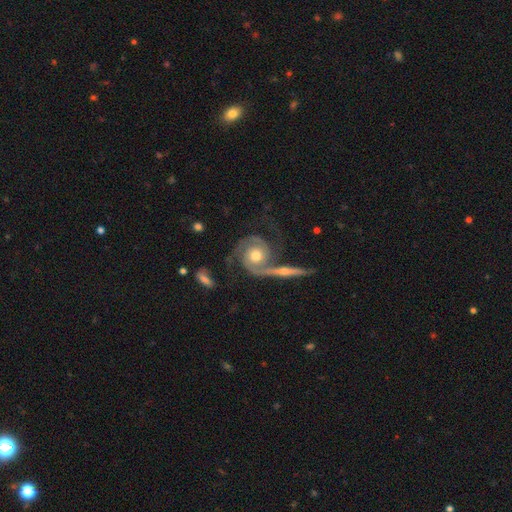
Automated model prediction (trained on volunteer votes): This appears to be a featured or disk galaxy (90%) with no bar (73%), 2 (89%) tight (46%) spiral arms (97%) and a moderate central bulge (71%). Merging: none (52%).